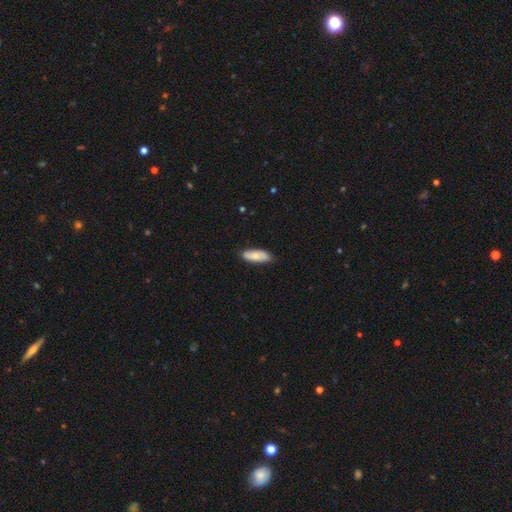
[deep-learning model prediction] A smooth galaxy with no disk features (75%) that is in between round and cigar-shaped (71%). Merging: none (83%).